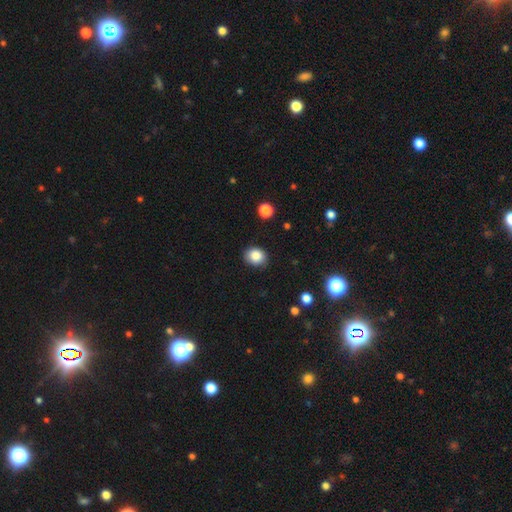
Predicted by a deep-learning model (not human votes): This appears to be a smooth galaxy with no disk features (87%) that is round (61%). Merging: none (84%).